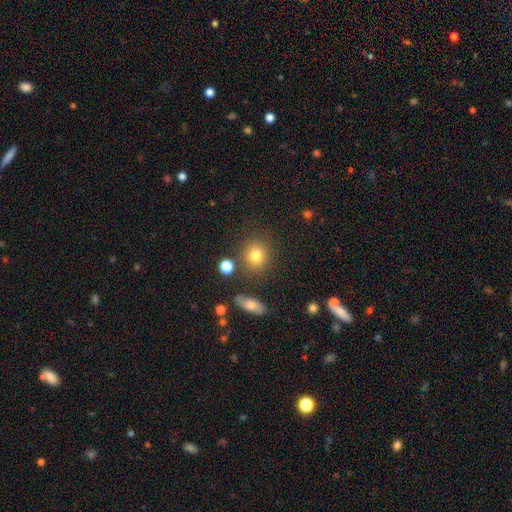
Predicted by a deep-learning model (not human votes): A smooth galaxy with no disk features (79%) that is round (82%).

Vote fractions:
- Smooth or featured? smooth: 79% / star or artifact: 13% / featured or disk: 8%
- How rounded? round: 82% / in between: 16% / cigar-shaped: 1%
- Merging? none: 81% / minor disturbance: 9% / merger: 6% / major disturbance: 3%